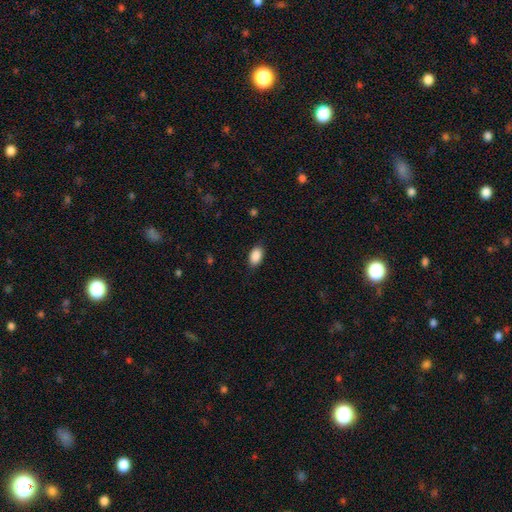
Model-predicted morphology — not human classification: Smooth or featured? smooth (90%)
How rounded? in between (92%)
Merging? none (87%)